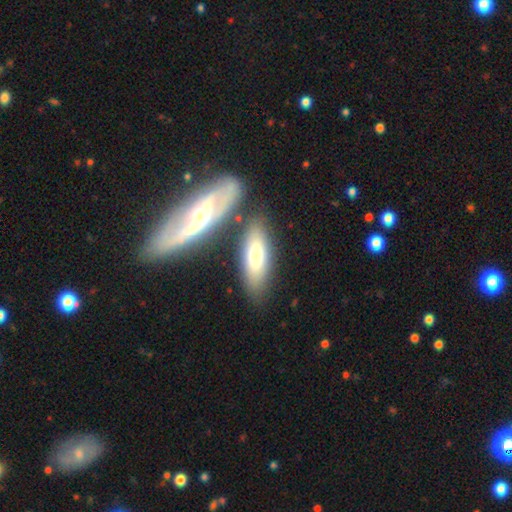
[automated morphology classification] Overall: smooth (68%). How rounded: in between (66%; cigar-shaped 31%). Merging: none (73%).